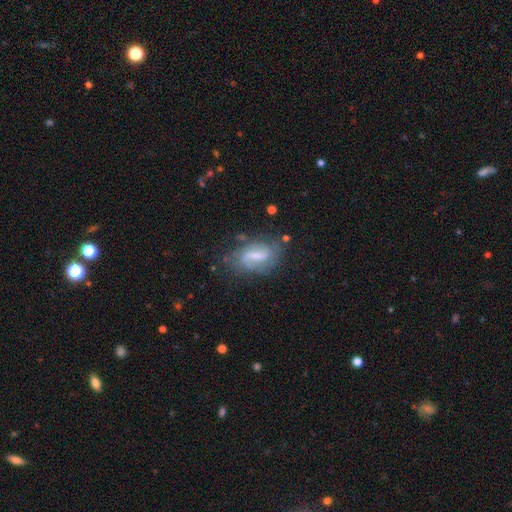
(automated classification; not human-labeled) Smooth or featured: featured or disk — 71% (smooth — 21%)
Edge-on disk: no — 96% (yes — 4%)
Bar: weak — 51% (strong — 36%)
Spiral arms: yes — 87% (no — 13%)
Spiral winding: medium — 42% (loose — 36%)
Spiral arm count: 2 — 74% (can't tell — 14%)
Bulge size: small — 38% (moderate — 29%)
Merging: none — 63% (minor disturbance — 22%)